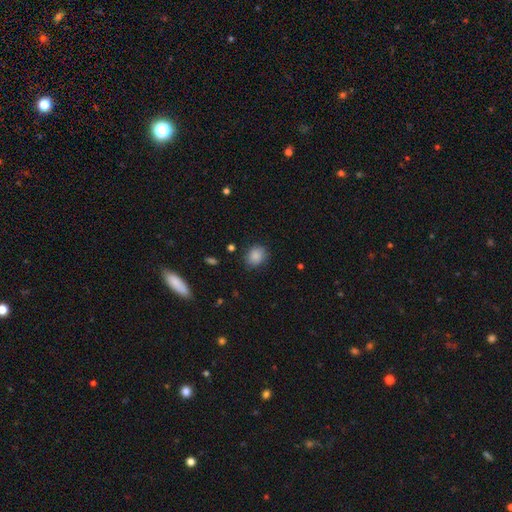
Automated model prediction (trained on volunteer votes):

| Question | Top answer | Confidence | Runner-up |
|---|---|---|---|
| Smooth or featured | smooth | 86% | star or artifact (9%) |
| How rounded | round | 65% | in between (34%) |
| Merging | none | 80% | minor disturbance (15%) |